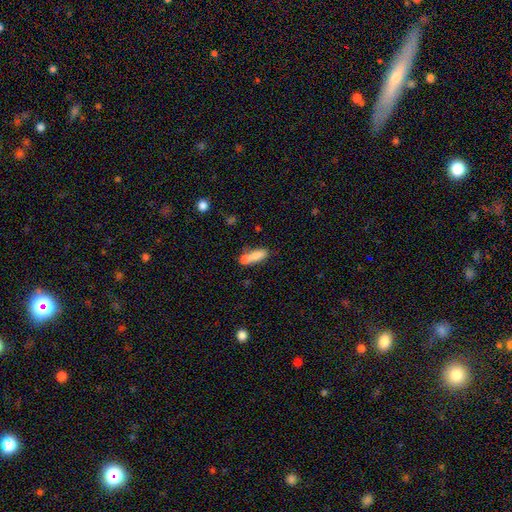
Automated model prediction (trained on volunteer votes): This is likely a smooth galaxy (78%). How rounded: possibly in between (60%). Merging: marginally none (41%).